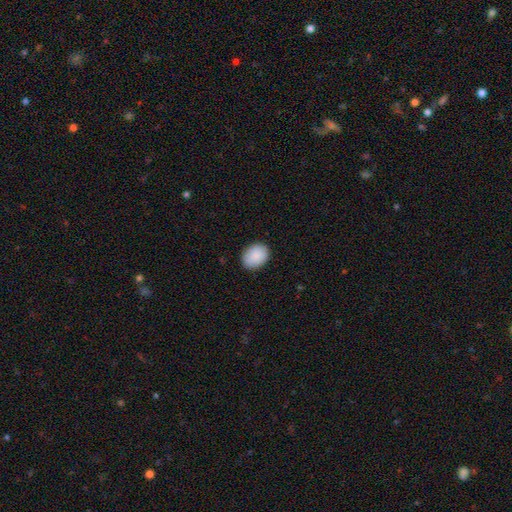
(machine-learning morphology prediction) smooth_or_featured: smooth (p=0.89) [alt: star or artifact p=0.06]
how_rounded: in between (p=0.65) [alt: round p=0.34]
merging: none (p=0.87) [alt: minor disturbance p=0.10]